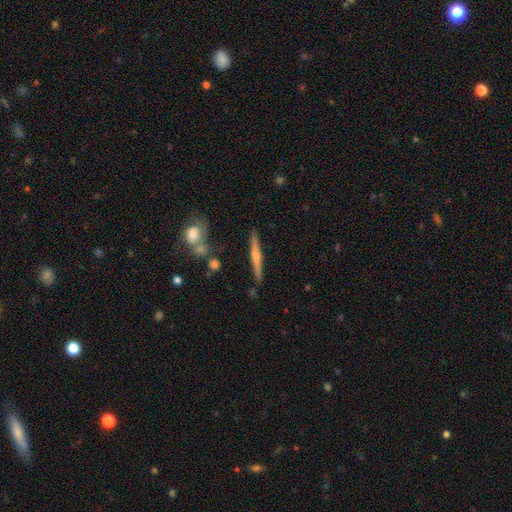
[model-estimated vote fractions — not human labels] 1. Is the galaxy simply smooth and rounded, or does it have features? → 70% featured or disk, 24% smooth, 6% star or artifact.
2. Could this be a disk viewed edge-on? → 97% yes, 3% no.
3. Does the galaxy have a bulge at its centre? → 88% rounded, 8% none, 4% boxy.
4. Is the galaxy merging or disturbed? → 85% none, 9% minor disturbance, 4% merger, 2% major disturbance.